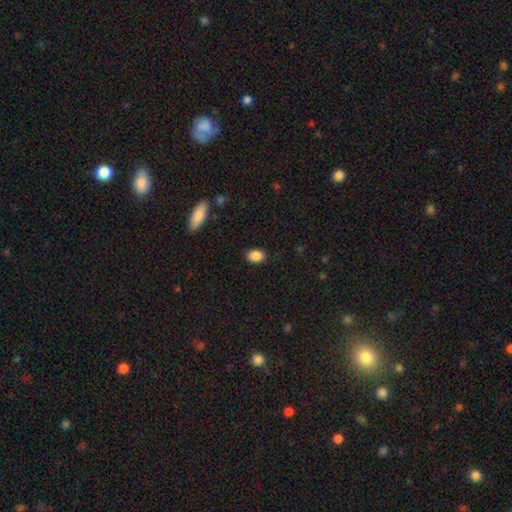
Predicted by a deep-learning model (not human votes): smooth 88%, star or artifact 8%, featured or disk 4%. Down the decision tree: how rounded — in between (79%); merging — none (87%).